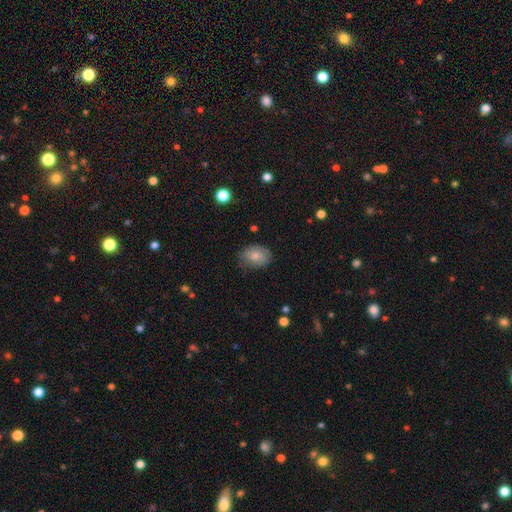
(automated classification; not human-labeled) Smooth or featured? smooth (79%)
How rounded? in between (71%)
Merging? none (71%)